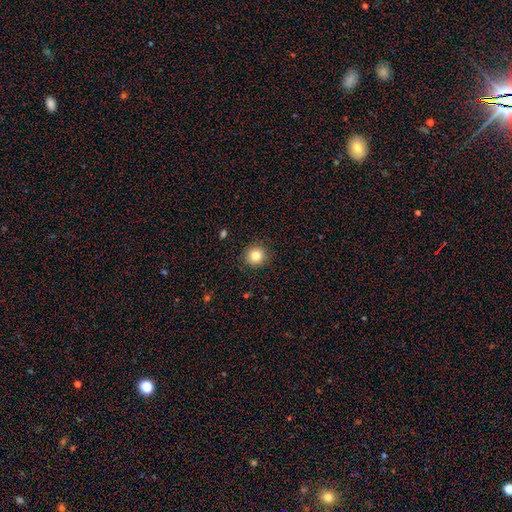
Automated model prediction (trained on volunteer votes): Smooth or featured? smooth (82%)
How rounded? round (94%)
Merging? none (90%)